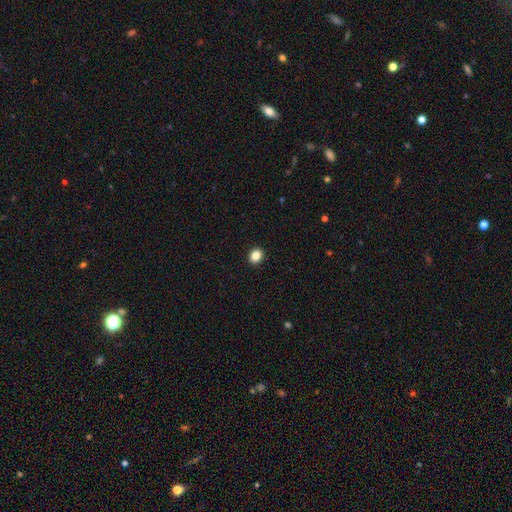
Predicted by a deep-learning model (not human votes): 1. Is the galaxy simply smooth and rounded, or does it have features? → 86% smooth, 11% star or artifact, 4% featured or disk.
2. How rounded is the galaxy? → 69% round, 30% in between, 1% cigar-shaped.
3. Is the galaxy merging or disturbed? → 93% none, 5% minor disturbance, 1% major disturbance, 1% merger.